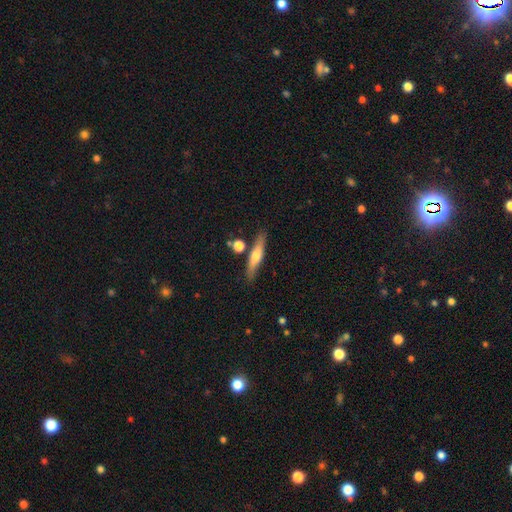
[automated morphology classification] smooth 49%, featured or disk 45%, star or artifact 6%. Down the decision tree: merging — none (80%).